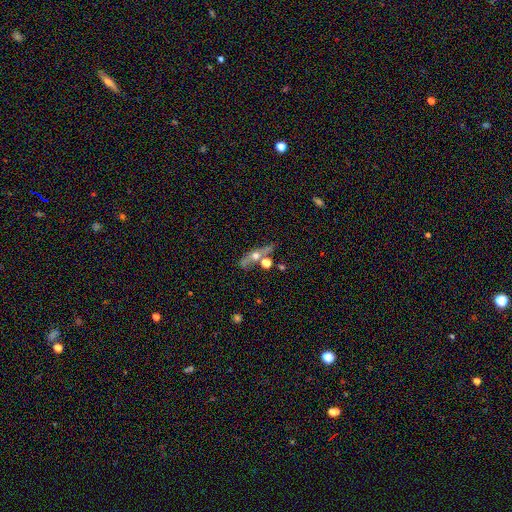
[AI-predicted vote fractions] smooth_or_featured: featured or disk (p=0.58) [alt: smooth p=0.31]
disk_edge_on: yes (p=0.75) [alt: no p=0.25]
merging: none (p=0.61) [alt: merger p=0.17]